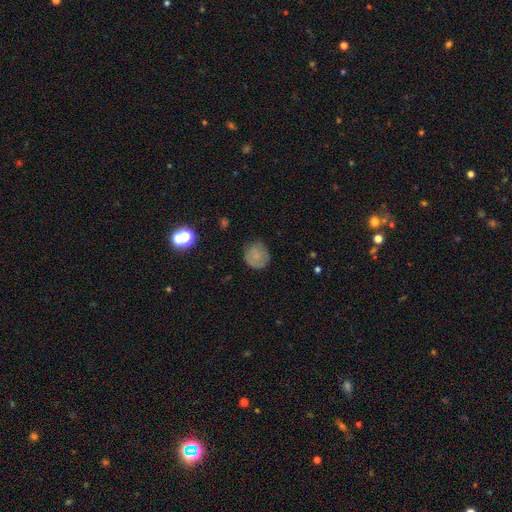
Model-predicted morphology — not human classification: smooth_or_featured: smooth (p=0.75) [alt: featured or disk p=0.13]
how_rounded: round (p=0.87) [alt: in between p=0.12]
merging: none (p=0.76) [alt: minor disturbance p=0.18]